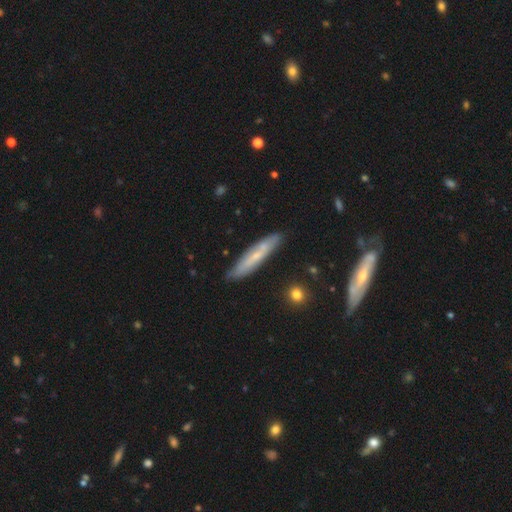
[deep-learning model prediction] Overall: featured or disk (49%; smooth 44%). Merging: none (83%).